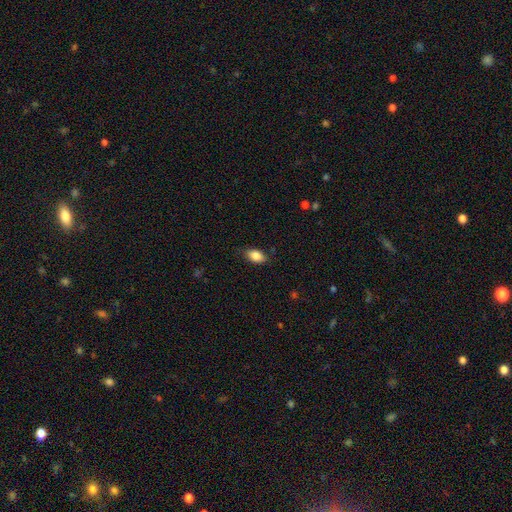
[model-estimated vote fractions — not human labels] A smooth galaxy with no disk features (85%) that is in between round and cigar-shaped (89%).

Vote fractions:
- Smooth or featured? smooth: 85% / star or artifact: 8% / featured or disk: 7%
- How rounded? in between: 89% / round: 8% / cigar-shaped: 3%
- Merging? none: 80% / minor disturbance: 16% / major disturbance: 3% / merger: 1%